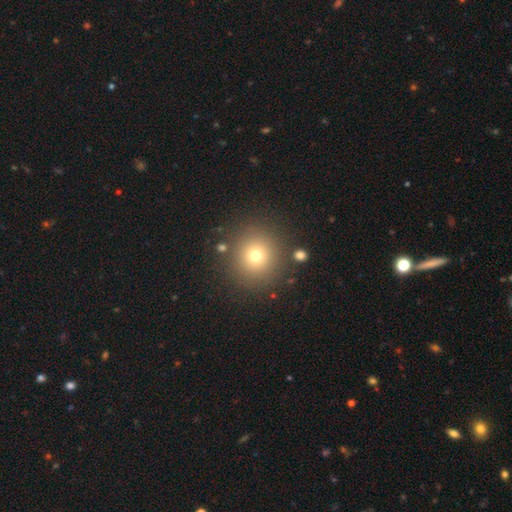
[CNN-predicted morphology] A smooth galaxy with no disk features (73%) that is round (93%).

Vote fractions:
- Smooth or featured? smooth: 73% / star or artifact: 16% / featured or disk: 11%
- How rounded? round: 93% / in between: 6% / cigar-shaped: 1%
- Merging? none: 86% / minor disturbance: 7% / major disturbance: 4% / merger: 3%